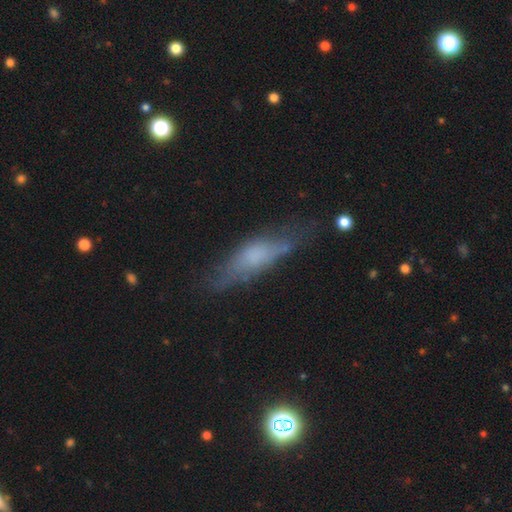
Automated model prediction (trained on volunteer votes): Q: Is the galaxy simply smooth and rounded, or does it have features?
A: smooth — 51%.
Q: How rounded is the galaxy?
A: cigar-shaped — 57%.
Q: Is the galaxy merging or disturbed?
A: none — 55%.